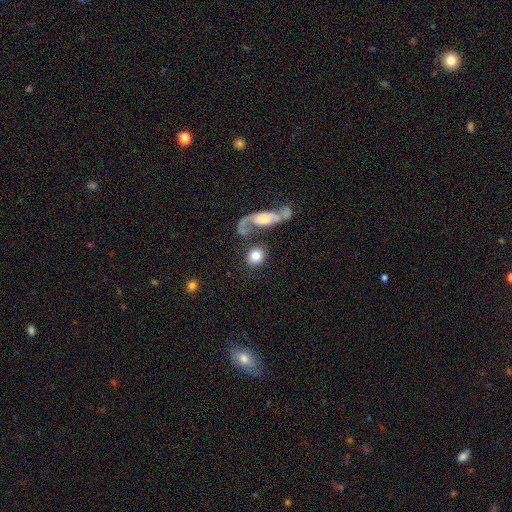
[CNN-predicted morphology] smooth 77%, featured or disk 15%, star or artifact 8%. Down the decision tree: how rounded — round (78%); merging — none (63%).